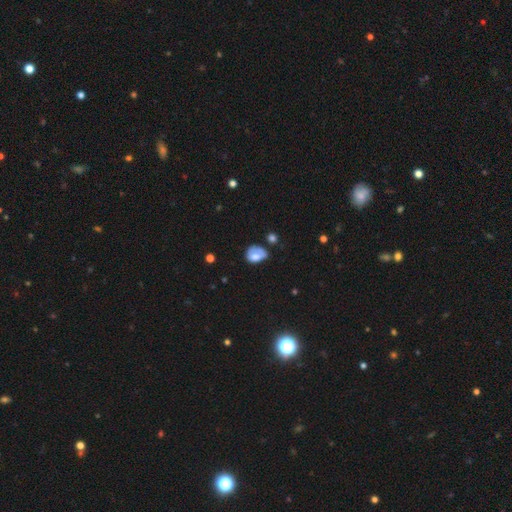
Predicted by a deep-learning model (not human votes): Smooth or featured? smooth (63%)
How rounded? in between (65%)
Merging? none (33%)